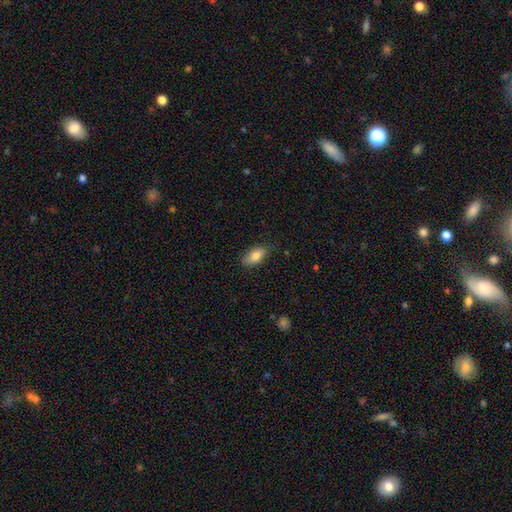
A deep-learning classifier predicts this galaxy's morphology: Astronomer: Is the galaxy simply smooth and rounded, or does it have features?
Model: smooth — 83%.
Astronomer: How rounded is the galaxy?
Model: in between — 89%.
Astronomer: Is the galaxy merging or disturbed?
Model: none — 79%.